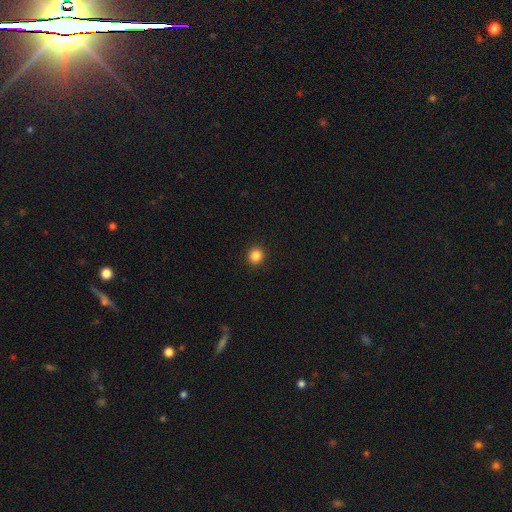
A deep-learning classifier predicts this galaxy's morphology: Smooth or featured?
  - smooth: 85% *
  - star or artifact: 11%
  - featured or disk: 3%
How rounded?
  - round: 92% *
  - in between: 7%
  - cigar-shaped: 1%
Merging?
  - none: 93% *
  - minor disturbance: 4%
  - major disturbance: 2%
  - merger: 1%